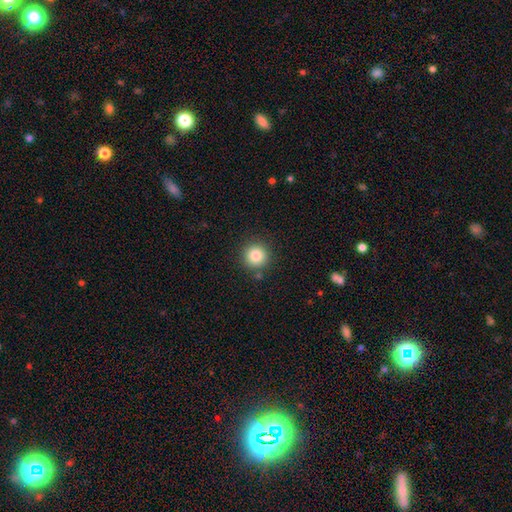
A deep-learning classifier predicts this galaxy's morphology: This is clearly a smooth galaxy (84%). How rounded: clearly round (95%). Merging: clearly none (88%).